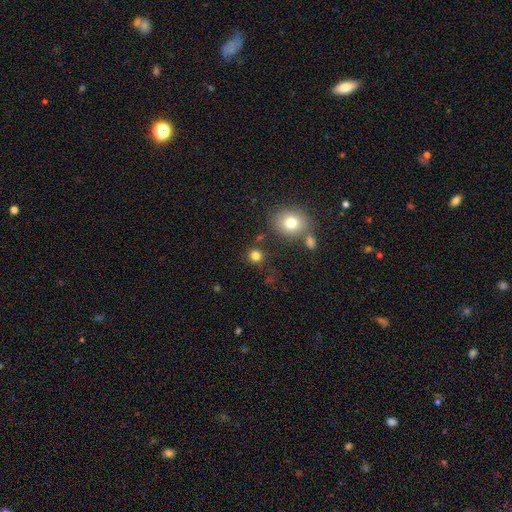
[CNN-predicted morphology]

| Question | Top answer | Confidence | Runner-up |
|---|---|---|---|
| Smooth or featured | smooth | 80% | star or artifact (14%) |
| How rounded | round | 90% | in between (9%) |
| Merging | none | 82% | minor disturbance (8%) |